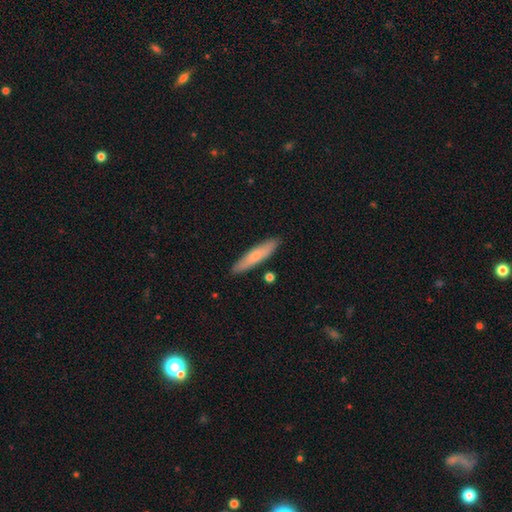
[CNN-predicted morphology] This is likely a smooth galaxy (69%). How rounded: clearly cigar-shaped (86%). Merging: clearly none (87%).